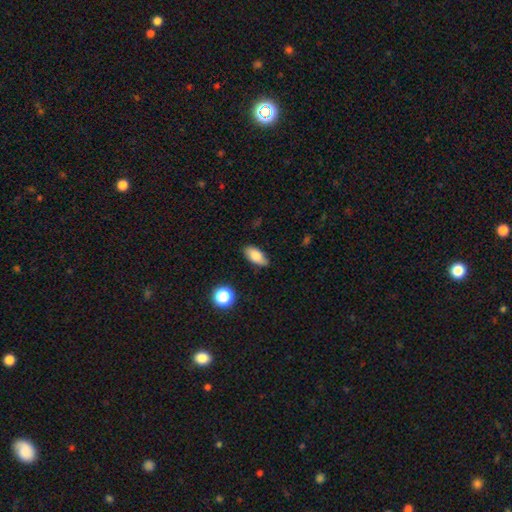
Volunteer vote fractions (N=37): A smooth galaxy with no disk features (70%) that is in between round and cigar-shaped (92%). Merging: none (77%).